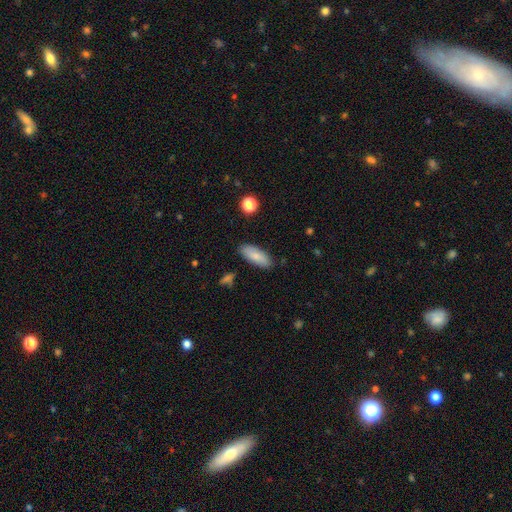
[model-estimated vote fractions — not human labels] smooth-or-featured: smooth: 82% | featured or disk: 11% | star or artifact: 7%
  how-rounded: in between: 77% | cigar-shaped: 21% | round: 2%
  merging: none: 85% | minor disturbance: 11% | major disturbance: 2% | merger: 2%